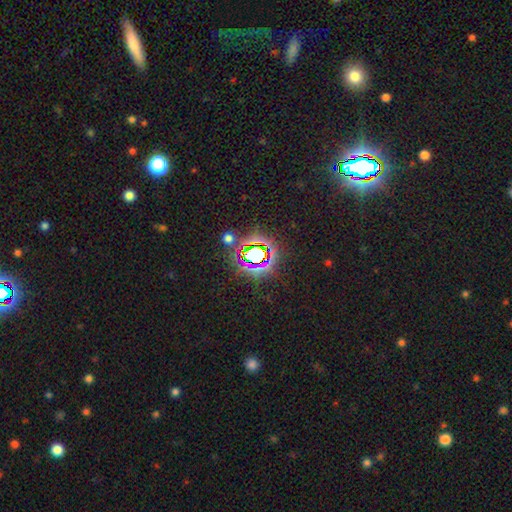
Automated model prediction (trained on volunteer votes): Smooth or featured: star or artifact — 74% (smooth — 15%)